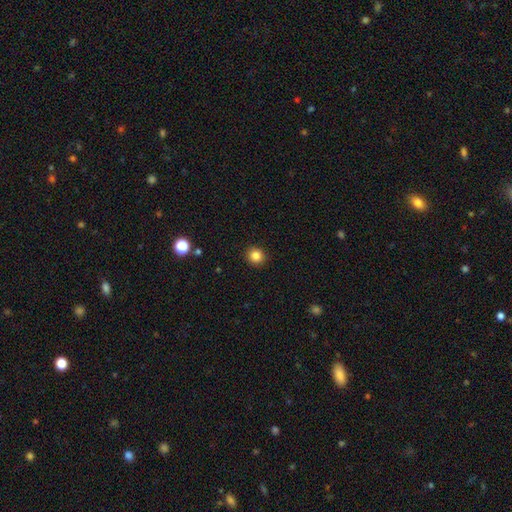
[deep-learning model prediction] Smooth or featured? Predicted: smooth (p=0.84). How rounded? Predicted: round (p=0.91). Merging? Predicted: none (p=0.92).